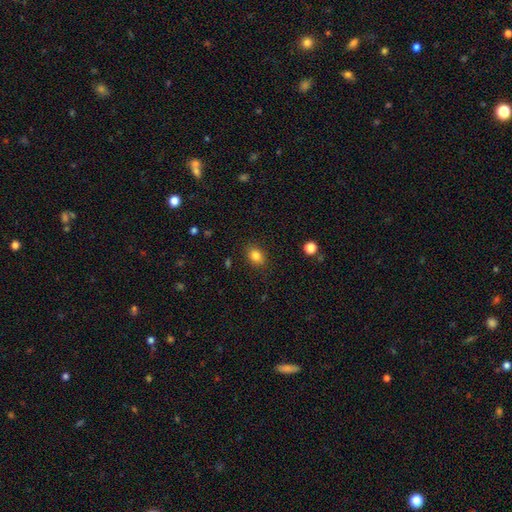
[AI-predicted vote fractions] This is clearly a smooth galaxy (83%). How rounded: likely in between (67%). Merging: clearly none (86%).